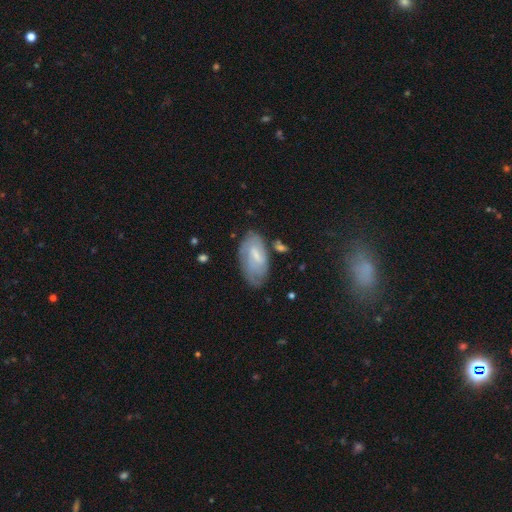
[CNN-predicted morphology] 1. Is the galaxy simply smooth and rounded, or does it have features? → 49% featured or disk, 43% smooth, 8% star or artifact.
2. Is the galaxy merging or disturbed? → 58% none, 28% minor disturbance, 10% major disturbance, 4% merger.